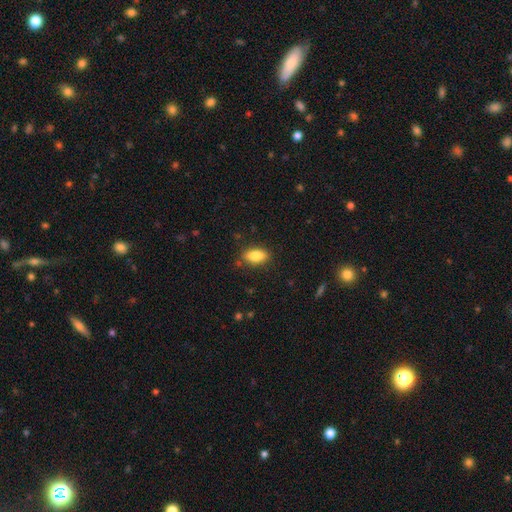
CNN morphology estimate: The model was most divided on "merging": none: 84%, minor disturbance: 11%, major disturbance: 3%, merger: 2%. More confident: how rounded — in between (88%); smooth or featured — smooth (84%).